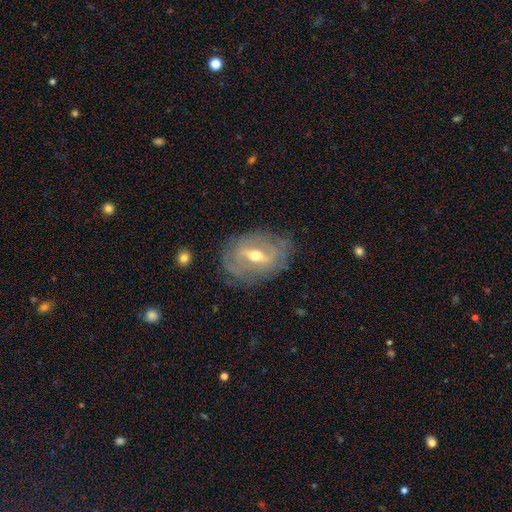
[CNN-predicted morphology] Overall: featured or disk (79%). Edge-on disk: no (88%). Bar: strong (52%; weak 36%). Spiral arms: yes (65%; no 35%). Bulge size: moderate (68%). Merging: none (73%).